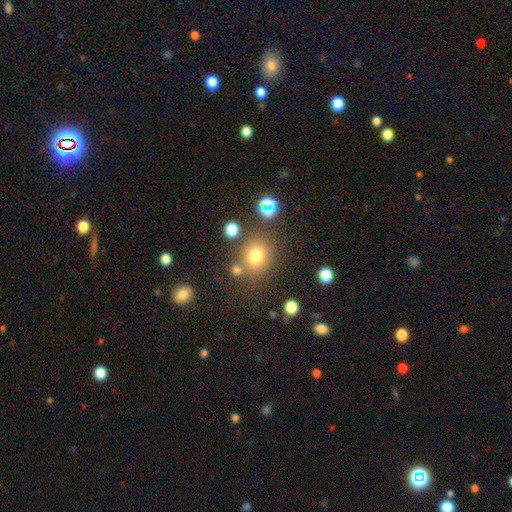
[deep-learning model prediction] Q: Smooth or featured?
A: smooth (73%); runner-up: star or artifact (18%)
Q: How rounded?
A: round (81%); runner-up: in between (18%)
Q: Merging?
A: none (74%); runner-up: minor disturbance (11%)